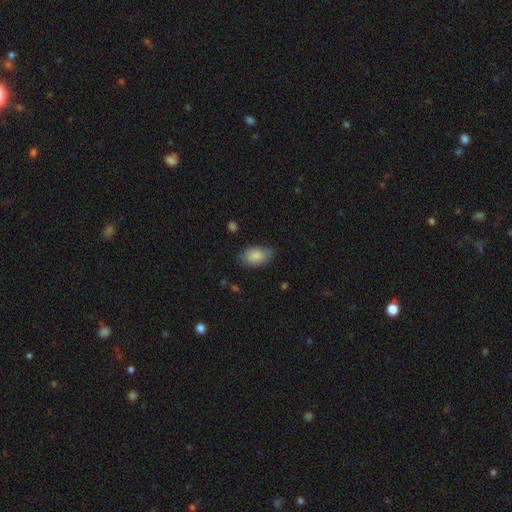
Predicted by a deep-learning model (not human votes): Q: Smooth or featured?
A: smooth (85%); runner-up: featured or disk (8%)
Q: How rounded?
A: in between (89%); runner-up: round (9%)
Q: Merging?
A: none (70%); runner-up: minor disturbance (23%)